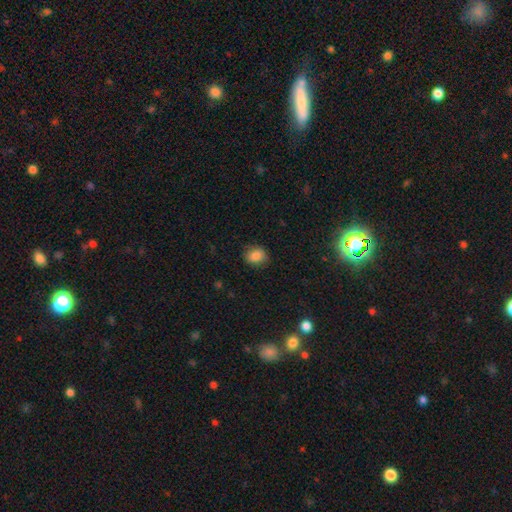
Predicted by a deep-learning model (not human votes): This appears to be a smooth galaxy with no disk features (85%) that is in between round and cigar-shaped (51%). Merging: none (79%).